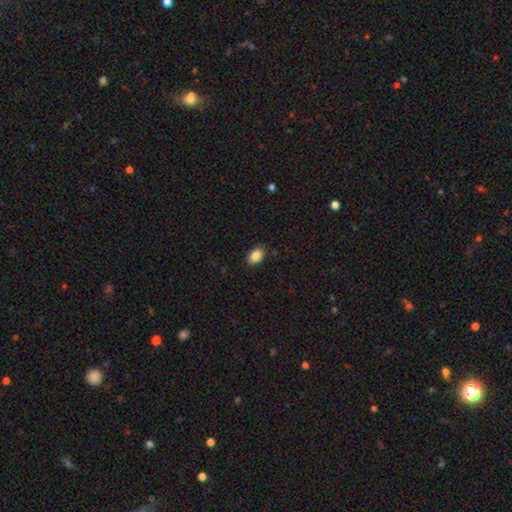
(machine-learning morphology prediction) Smooth or featured: smooth — 86% (star or artifact — 8%)
How rounded: in between — 87% (round — 12%)
Merging: none — 87% (minor disturbance — 10%)